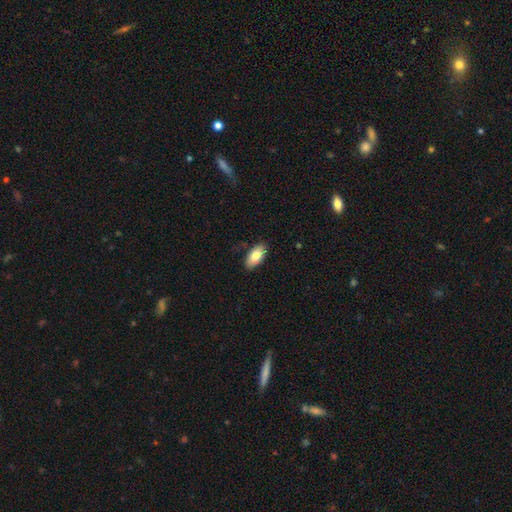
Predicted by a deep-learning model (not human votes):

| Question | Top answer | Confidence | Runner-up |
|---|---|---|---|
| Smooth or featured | smooth | 78% | featured or disk (16%) |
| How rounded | in between | 91% | cigar-shaped (6%) |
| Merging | none | 83% | minor disturbance (14%) |